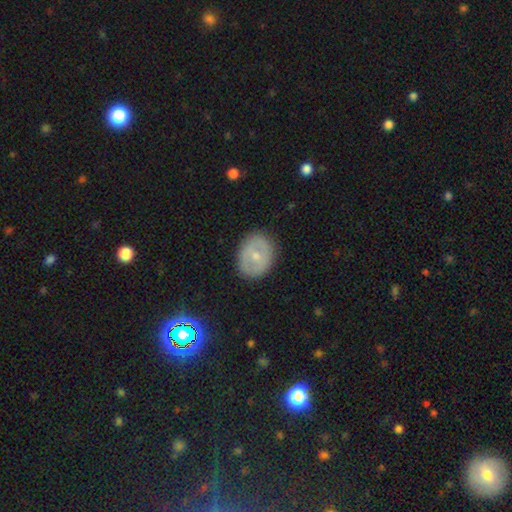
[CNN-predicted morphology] Smooth or featured? Predicted: featured or disk (p=0.47). Merging? Predicted: none (p=0.84).